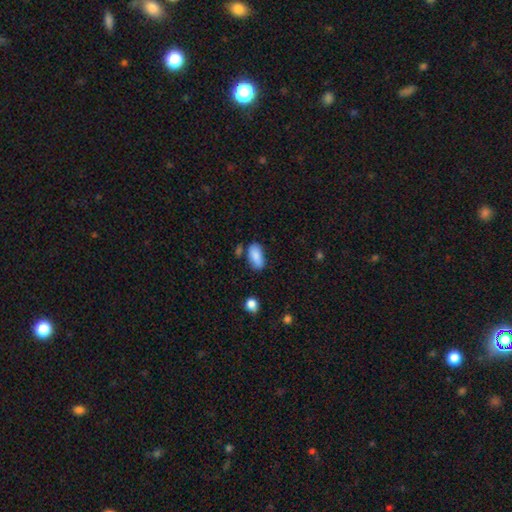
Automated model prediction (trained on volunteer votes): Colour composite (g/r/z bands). It shows a smooth galaxy with no disk features (87%) that is in between round and cigar-shaped (92%). Merging: none (70%).